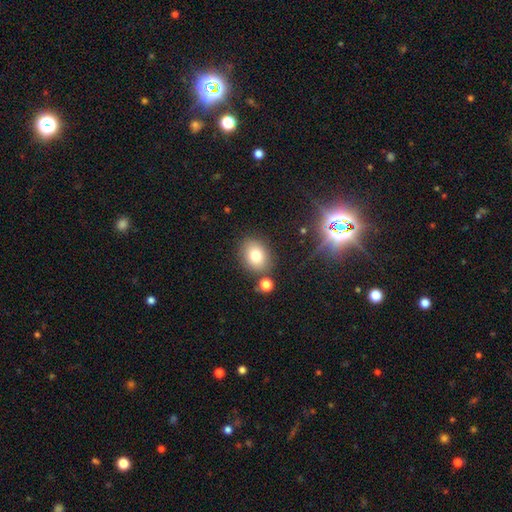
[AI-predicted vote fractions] Smooth or featured: smooth — 77% (star or artifact — 13%)
How rounded: in between — 51% (round — 48%)
Merging: none — 79% (minor disturbance — 11%)